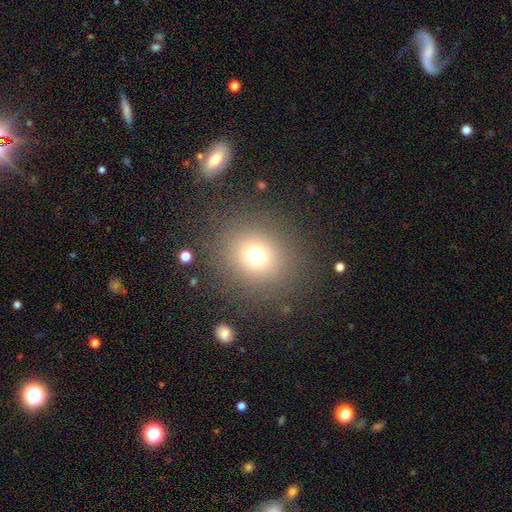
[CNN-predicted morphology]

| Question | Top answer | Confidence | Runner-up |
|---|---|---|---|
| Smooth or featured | smooth | 72% | star or artifact (19%) |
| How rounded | round | 84% | in between (15%) |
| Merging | none | 85% | minor disturbance (8%) |